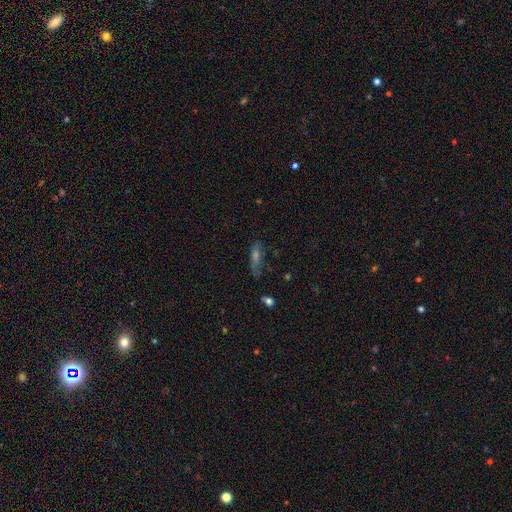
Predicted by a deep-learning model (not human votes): Smooth or featured: smooth — 40% (tied with featured or disk — 40%)
Merging: none — 70% (minor disturbance — 20%)